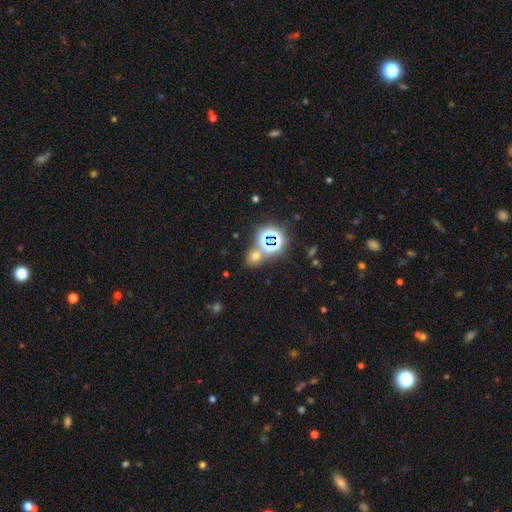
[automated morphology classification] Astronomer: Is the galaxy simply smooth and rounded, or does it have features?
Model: smooth — 49% (runner-up: star or artifact, 43%).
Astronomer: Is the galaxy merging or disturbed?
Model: none — 66%.